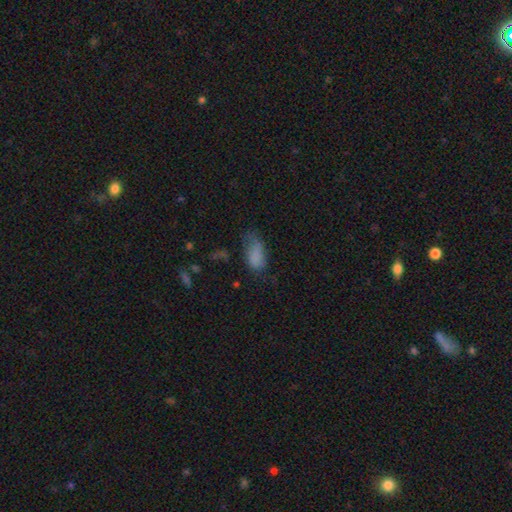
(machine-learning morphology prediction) This is likely a smooth galaxy (76%). How rounded: clearly in between (90%). Merging: marginally none (35%).